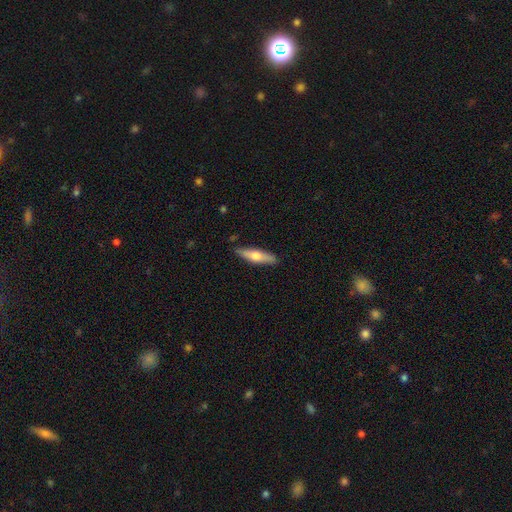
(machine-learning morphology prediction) Smooth or featured?
  - smooth: 51% *
  - featured or disk: 43%
  - star or artifact: 5%
How rounded?
  - cigar-shaped: 71% *
  - in between: 27%
  - round: 2%
Merging?
  - none: 86% *
  - minor disturbance: 11%
  - major disturbance: 2%
  - merger: 1%